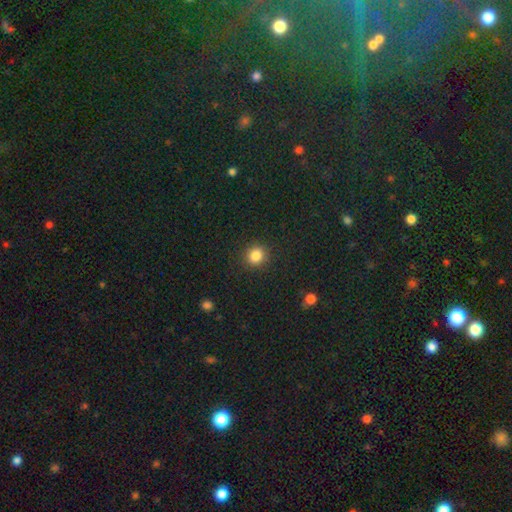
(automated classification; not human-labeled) Smooth or featured?
  - smooth: 84% *
  - star or artifact: 11%
  - featured or disk: 4%
How rounded?
  - round: 85% *
  - in between: 14%
  - cigar-shaped: 1%
Merging?
  - none: 90% *
  - minor disturbance: 6%
  - major disturbance: 2%
  - merger: 1%